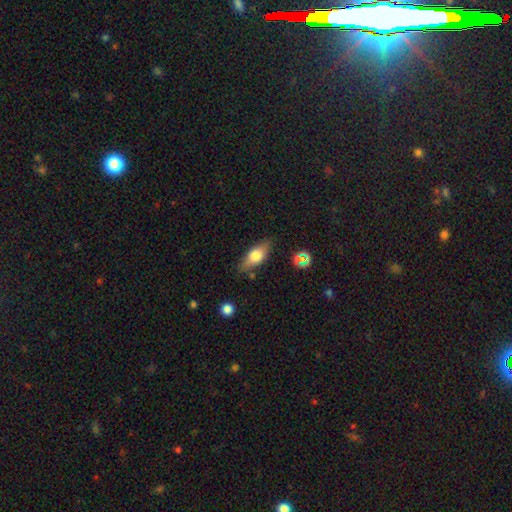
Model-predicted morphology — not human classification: This is likely a smooth galaxy (65%). How rounded: likely in between (75%). Merging: likely none (79%).